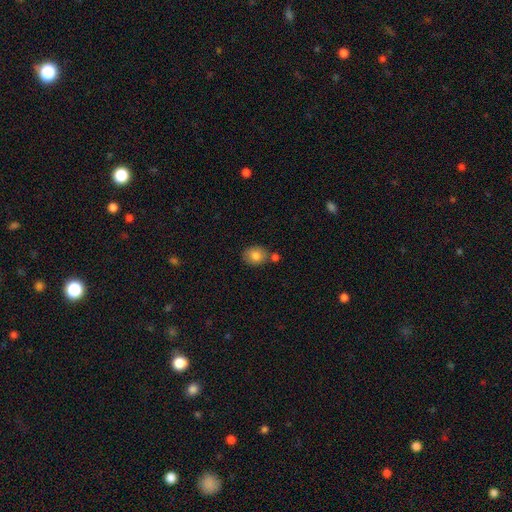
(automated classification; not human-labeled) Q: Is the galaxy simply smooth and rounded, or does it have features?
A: smooth — 81%.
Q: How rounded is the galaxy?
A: round — 50%.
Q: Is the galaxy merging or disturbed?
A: none — 67%.